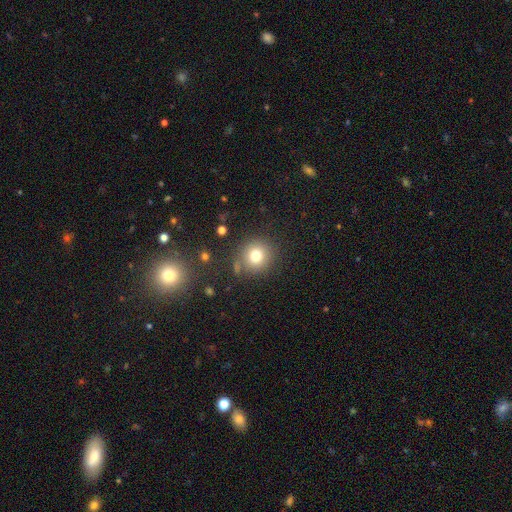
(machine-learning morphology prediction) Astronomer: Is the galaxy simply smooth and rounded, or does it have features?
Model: smooth — 77%.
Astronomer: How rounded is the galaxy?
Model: round — 90%.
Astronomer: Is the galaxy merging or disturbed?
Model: none — 80%.